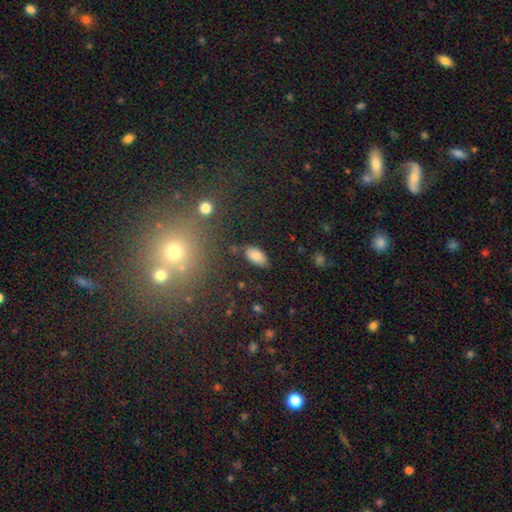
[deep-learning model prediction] This is clearly a smooth galaxy (81%). How rounded: clearly in between (94%). Merging: clearly none (84%).